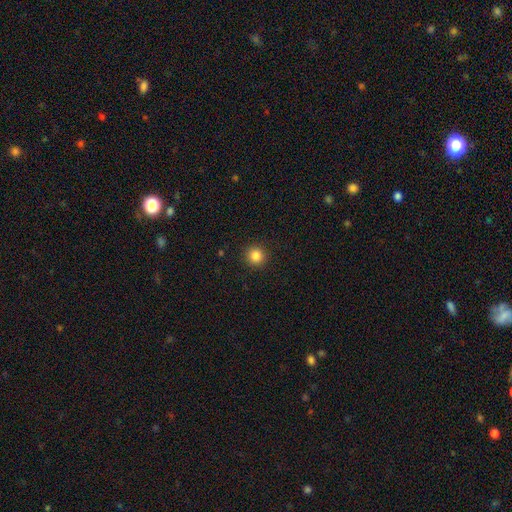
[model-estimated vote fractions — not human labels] Morphology: type=smooth (85%); roundness=round (94%); merging=none (92%).